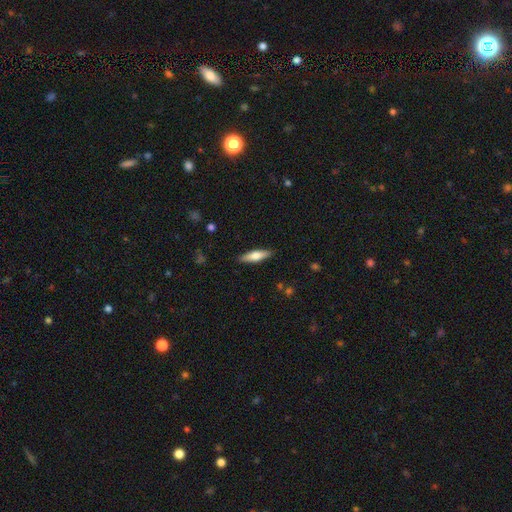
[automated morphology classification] This appears to be a smooth galaxy with no disk features (60%) that is cigar-shaped (65%). Merging: none (89%).